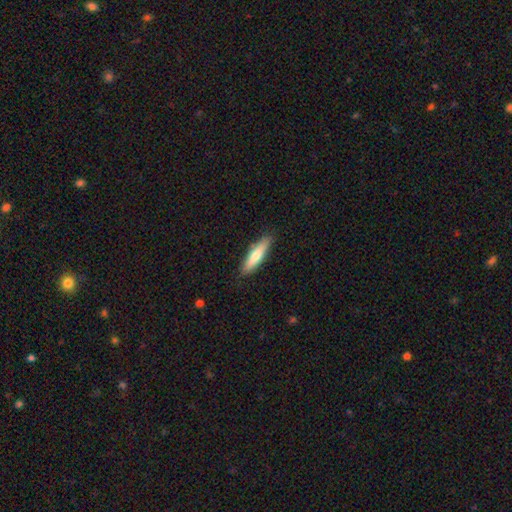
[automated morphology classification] A smooth galaxy with no disk features (69%) that is cigar-shaped (74%). Merging: none (87%).